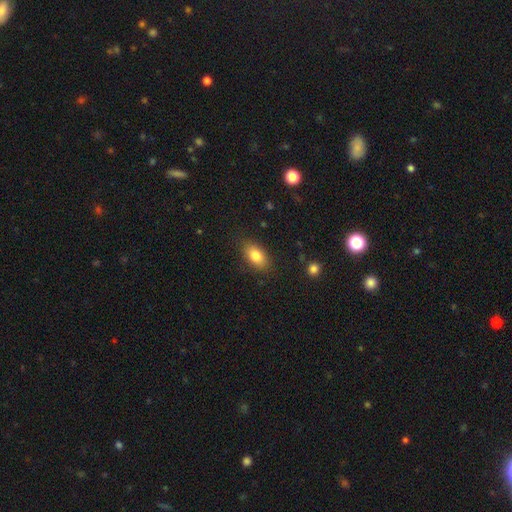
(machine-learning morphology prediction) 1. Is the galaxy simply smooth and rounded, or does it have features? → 82% smooth, 10% featured or disk, 8% star or artifact.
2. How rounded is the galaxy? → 89% in between, 7% round, 5% cigar-shaped.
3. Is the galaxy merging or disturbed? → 84% none, 12% minor disturbance, 3% major disturbance, 1% merger.